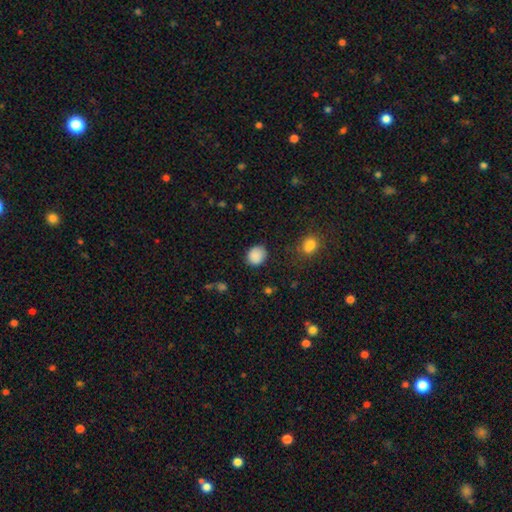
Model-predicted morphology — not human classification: The model was most divided on "how rounded": round: 69%, in between: 30%, cigar-shaped: 1%. More confident: smooth or featured — smooth (88%); merging — none (84%).